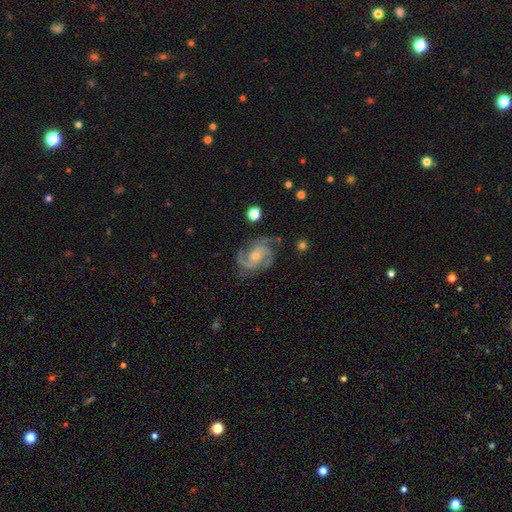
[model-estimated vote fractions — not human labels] smooth_or_featured: featured or disk (p=0.89) [alt: star or artifact p=0.06]
disk_edge_on: no (p=0.98) [alt: yes p=0.02]
bar: no (p=0.58) [alt: weak p=0.33]
has_spiral_arms: yes (p=0.98) [alt: no p=0.02]
spiral_winding: medium (p=0.48) [alt: tight p=0.44]
spiral_arm_count: 3 (p=0.49) [alt: 2 p=0.22]
bulge_size: small (p=0.46) [alt: moderate p=0.45]
merging: none (p=0.77) [alt: minor disturbance p=0.16]